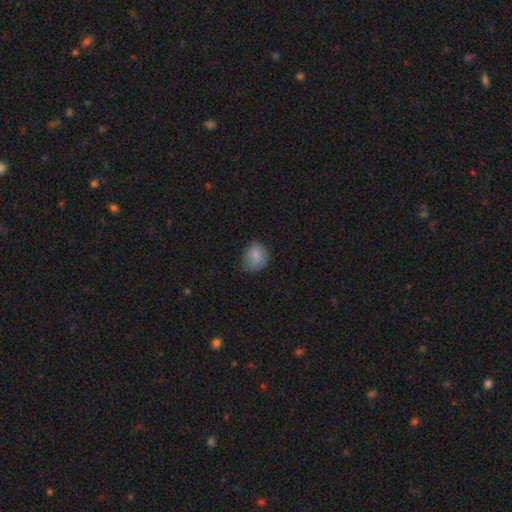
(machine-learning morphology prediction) This is clearly a smooth galaxy (81%). How rounded: likely round (66%). Merging: likely none (63%).